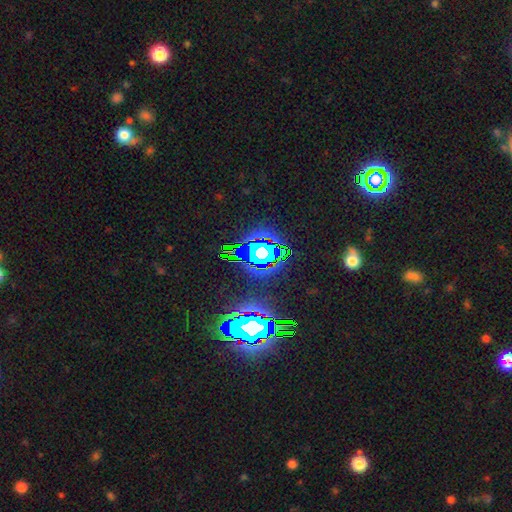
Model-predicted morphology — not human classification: Smooth or featured? star or artifact (77%)